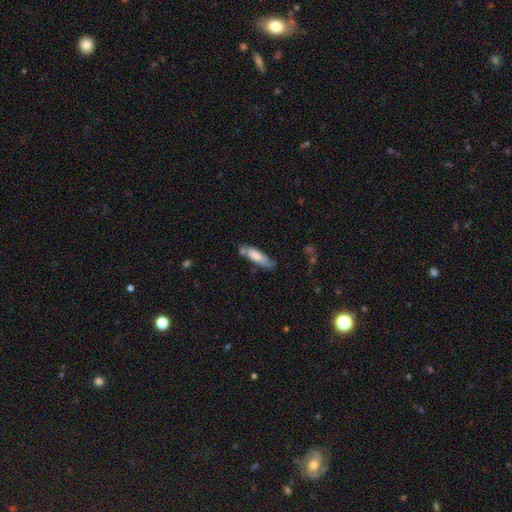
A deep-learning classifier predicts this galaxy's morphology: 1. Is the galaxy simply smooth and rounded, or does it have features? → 71% smooth, 23% featured or disk, 6% star or artifact.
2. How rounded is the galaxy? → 65% cigar-shaped, 33% in between, 1% round.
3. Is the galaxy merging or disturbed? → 60% none, 24% minor disturbance, 11% merger, 6% major disturbance.